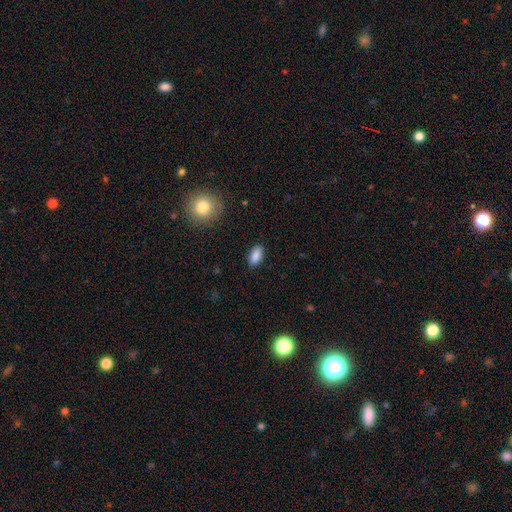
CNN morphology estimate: Smooth or featured? smooth (88%)
How rounded? in between (91%)
Merging? none (87%)